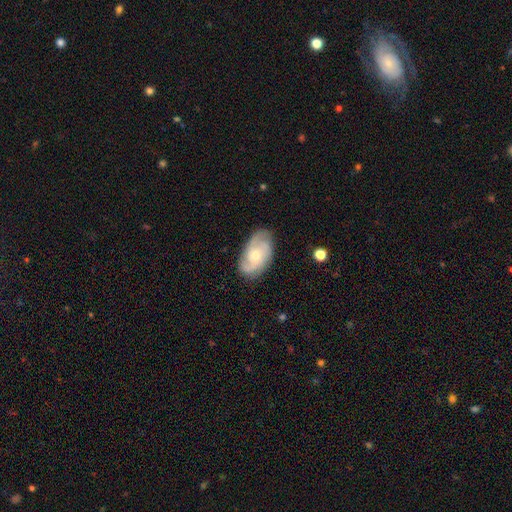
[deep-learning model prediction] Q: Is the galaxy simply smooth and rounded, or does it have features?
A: featured or disk — 74%.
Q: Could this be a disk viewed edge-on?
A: no — 96%.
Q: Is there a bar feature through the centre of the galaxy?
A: no — 71%.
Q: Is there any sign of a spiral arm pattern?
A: yes — 95%.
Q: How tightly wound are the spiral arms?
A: medium — 44%.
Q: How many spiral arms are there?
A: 3 — 37%.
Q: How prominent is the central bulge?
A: small — 50%.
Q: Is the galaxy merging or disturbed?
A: none — 78%.